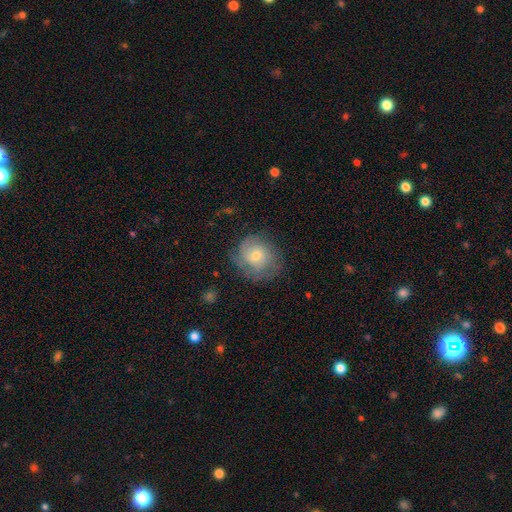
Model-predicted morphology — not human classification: Overall: featured or disk (52%; smooth 39%). Edge-on disk: no (97%). Bar: no (76%). Spiral arms: yes (79%). Bulge size: small (47%, tied with moderate). Merging: none (67%).